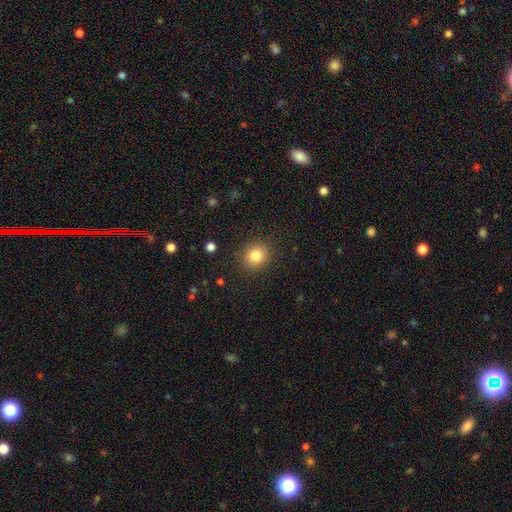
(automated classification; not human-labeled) A smooth galaxy with no disk features (82%) that is round (85%). Merging: none (88%).